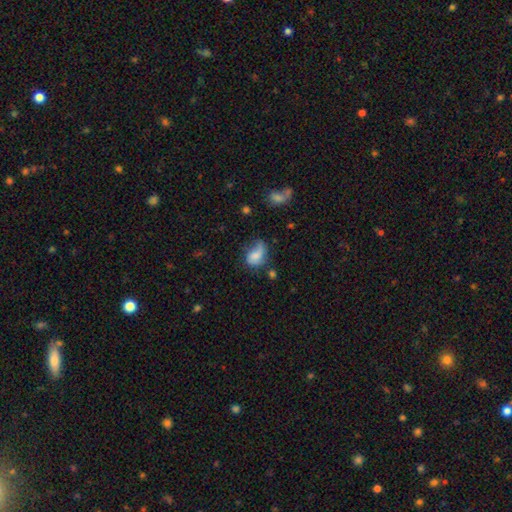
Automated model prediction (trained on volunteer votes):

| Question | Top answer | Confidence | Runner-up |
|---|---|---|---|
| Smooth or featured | smooth | 61% | featured or disk (29%) |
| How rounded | in between | 77% | round (21%) |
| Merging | minor disturbance | 34% | tied: none (34%) |